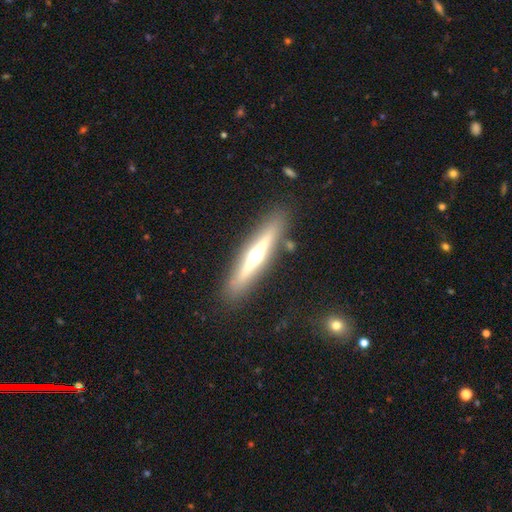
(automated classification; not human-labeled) Smooth or featured: featured or disk — 71% (smooth — 22%)
Edge-on disk: yes — 94% (no — 6%)
Edge-on bulge: rounded — 93% (boxy — 4%)
Merging: none — 87% (minor disturbance — 8%)